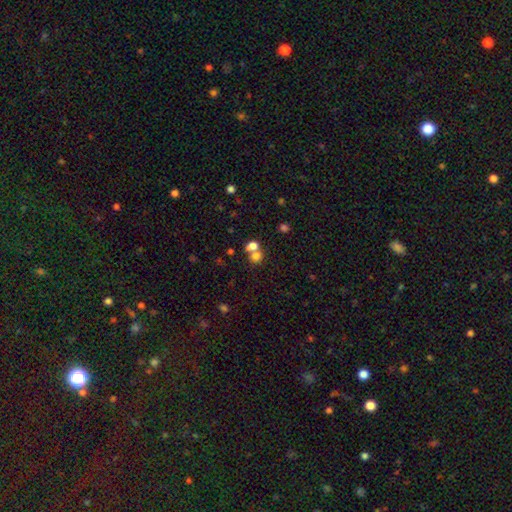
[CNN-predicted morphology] The model was most divided on "merging": merger: 54%, none: 36%, minor disturbance: 7%, major disturbance: 4%. More confident: smooth or featured — smooth (75%); how rounded — round (64%).